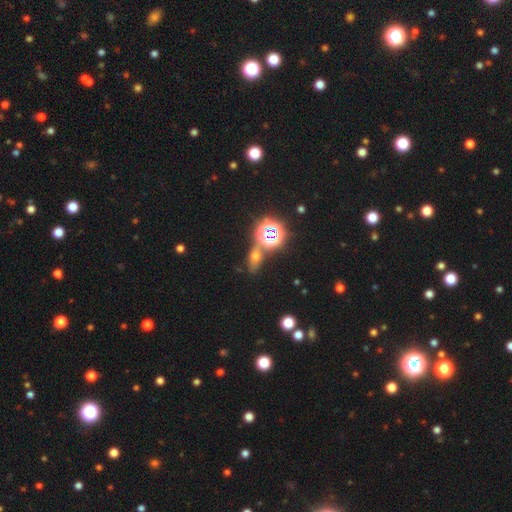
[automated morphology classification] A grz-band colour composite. It shows a smooth galaxy with no disk features (44%). Merging: none (66%).